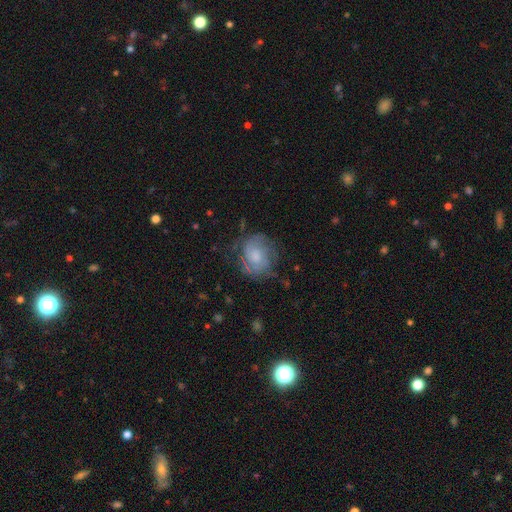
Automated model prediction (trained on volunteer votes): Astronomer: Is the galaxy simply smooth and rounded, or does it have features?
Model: featured or disk — 56% (runner-up: smooth, 35%).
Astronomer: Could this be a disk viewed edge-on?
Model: no — 97%.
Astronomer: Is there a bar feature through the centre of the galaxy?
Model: no — 70%.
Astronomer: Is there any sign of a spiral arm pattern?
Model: yes — 81%.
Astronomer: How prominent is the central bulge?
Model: moderate — 40% (runner-up: small, 28%).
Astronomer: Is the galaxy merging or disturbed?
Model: none — 62%.